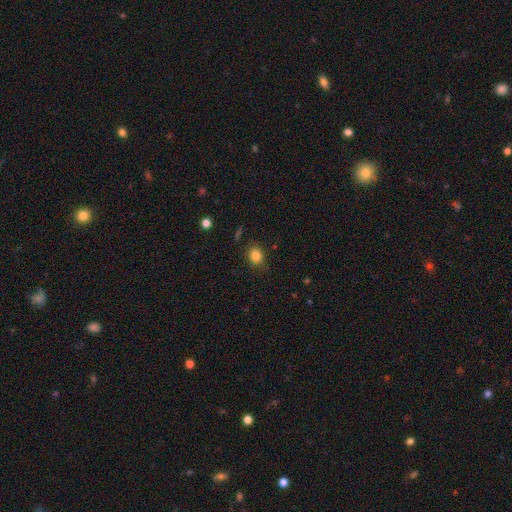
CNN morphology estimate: Smooth or featured? smooth (83%)
How rounded? round (57%)
Merging? none (84%)